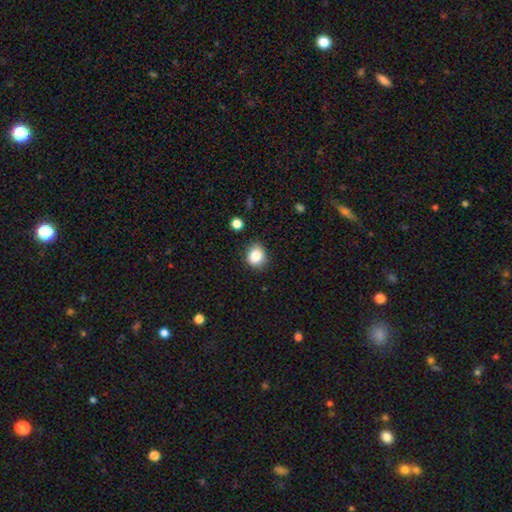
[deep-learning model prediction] Q: Smooth or featured?
A: smooth (83%); runner-up: star or artifact (10%)
Q: How rounded?
A: round (70%); runner-up: in between (30%)
Q: Merging?
A: none (83%); runner-up: minor disturbance (13%)